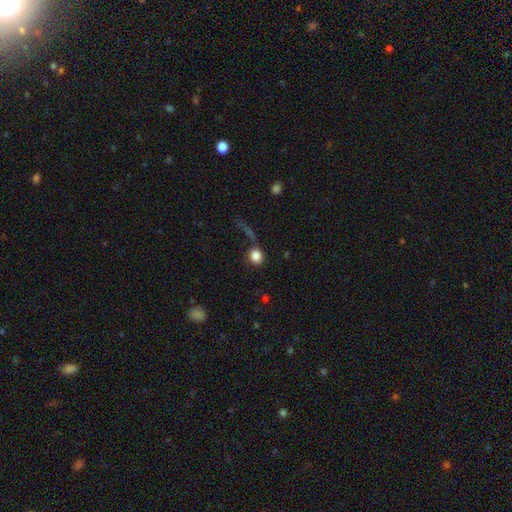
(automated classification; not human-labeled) Overall: smooth (84%). How rounded: round (82%). Merging: none (59%).